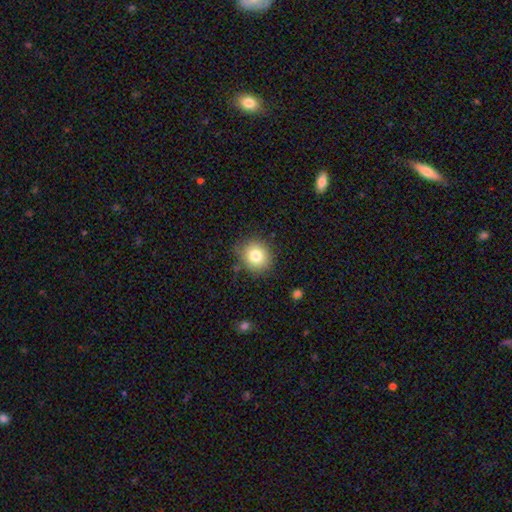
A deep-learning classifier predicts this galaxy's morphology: smooth 80%, star or artifact 11%, featured or disk 9%. Down the decision tree: how rounded — round (82%); merging — none (83%).